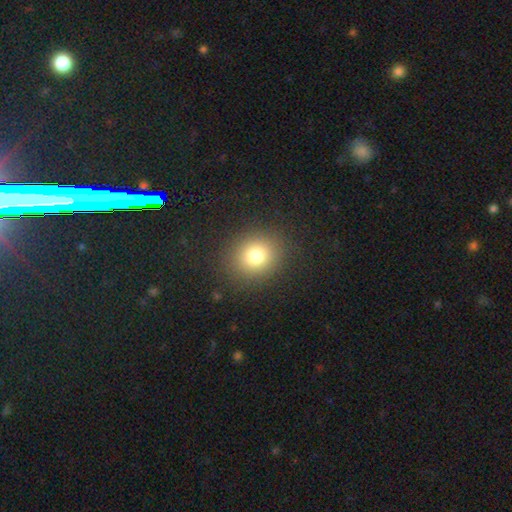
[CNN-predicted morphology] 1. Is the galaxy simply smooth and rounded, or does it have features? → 78% smooth, 14% star or artifact, 8% featured or disk.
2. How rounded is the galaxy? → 76% round, 23% in between, 1% cigar-shaped.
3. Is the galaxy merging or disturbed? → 88% none, 7% minor disturbance, 4% major disturbance, 1% merger.